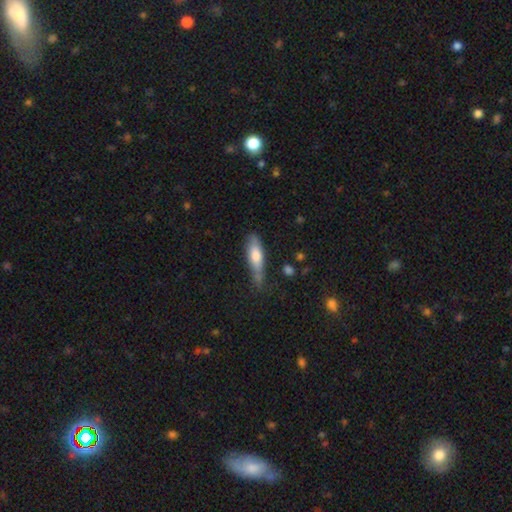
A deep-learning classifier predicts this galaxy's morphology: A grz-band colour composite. It shows a smooth galaxy with no disk features (68%) that is cigar-shaped (59%). Merging: none (60%).